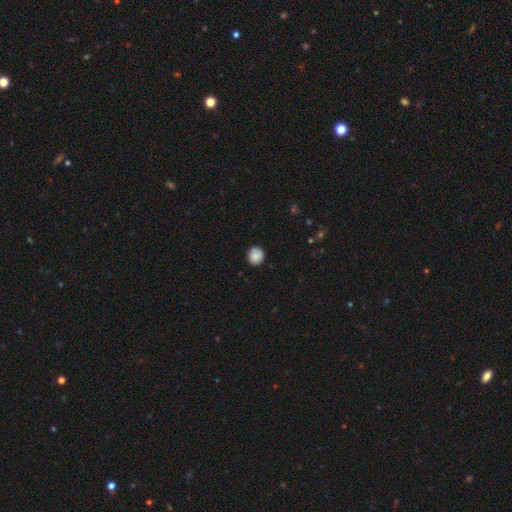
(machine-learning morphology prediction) Smooth or featured? smooth (85%)
How rounded? round (85%)
Merging? none (84%)